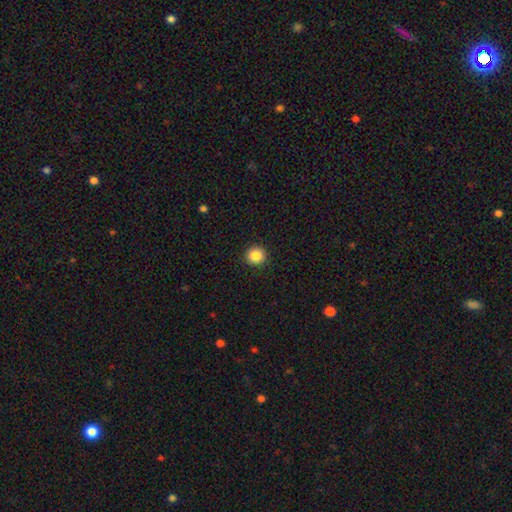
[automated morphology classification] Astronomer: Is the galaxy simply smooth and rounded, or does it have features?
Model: smooth — 87%.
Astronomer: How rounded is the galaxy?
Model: round — 93%.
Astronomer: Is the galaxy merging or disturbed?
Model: none — 92%.